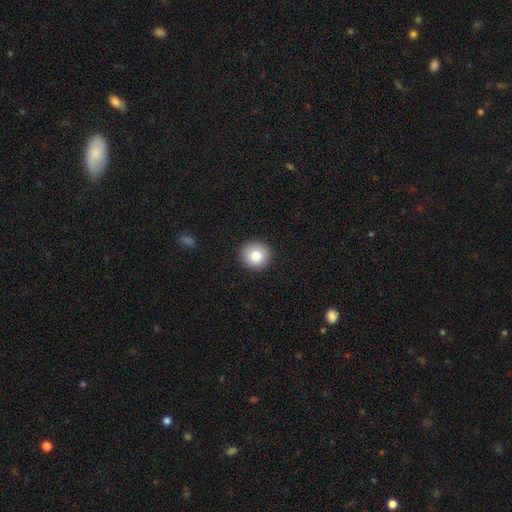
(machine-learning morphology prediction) Smooth or featured? Predicted: smooth (p=0.84). How rounded? Predicted: round (p=0.93). Merging? Predicted: none (p=0.92).